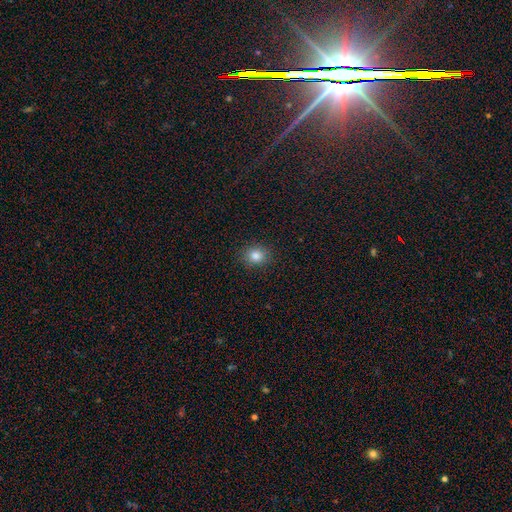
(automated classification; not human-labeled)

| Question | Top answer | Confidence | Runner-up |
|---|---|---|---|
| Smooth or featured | smooth | 83% | star or artifact (11%) |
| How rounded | round | 68% | in between (31%) |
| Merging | none | 89% | minor disturbance (8%) |